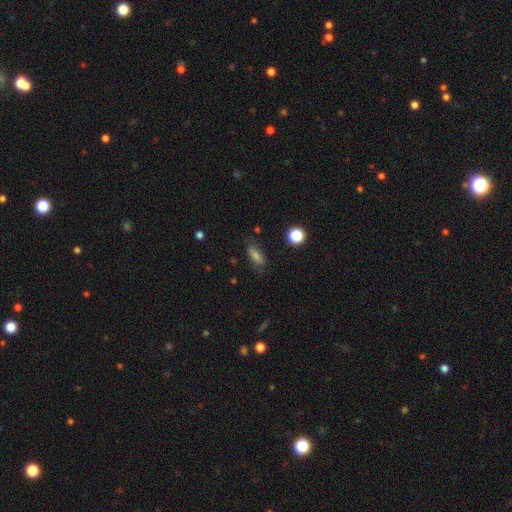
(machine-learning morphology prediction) This is likely a smooth galaxy (70%). How rounded: likely in between (64%). Merging: likely none (79%).